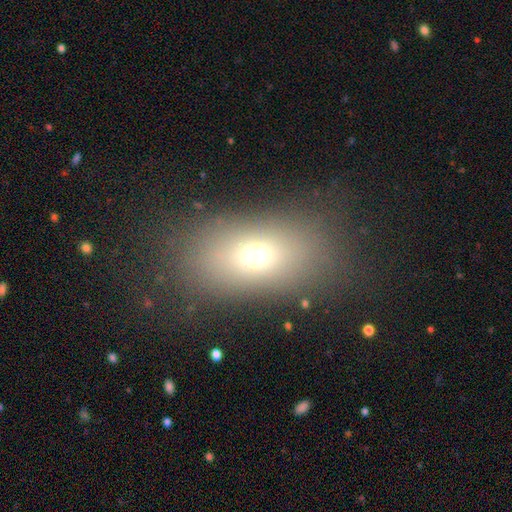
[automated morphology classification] Smooth or featured? smooth (67%)
How rounded? in between (80%)
Merging? none (80%)